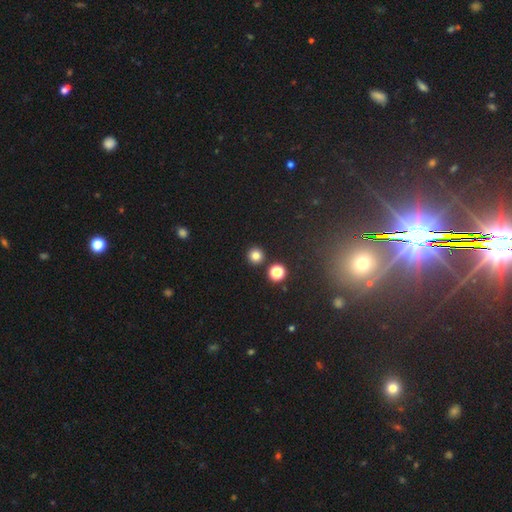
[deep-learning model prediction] smooth 81%, star or artifact 14%, featured or disk 5%. Down the decision tree: how rounded — round (94%); merging — none (88%).